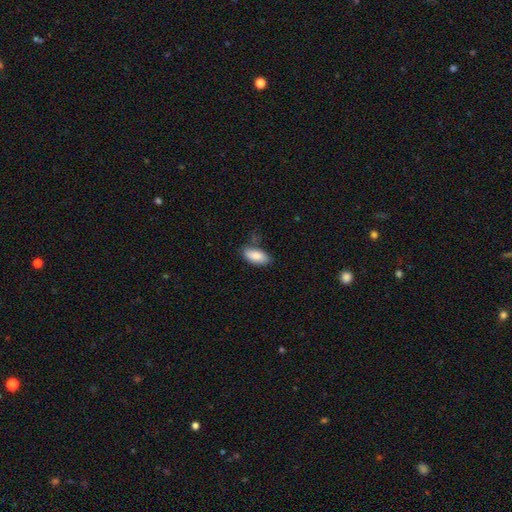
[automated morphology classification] Smooth or featured? Predicted: smooth (p=0.84). How rounded? Predicted: in between (p=0.89). Merging? Predicted: none (p=0.67).